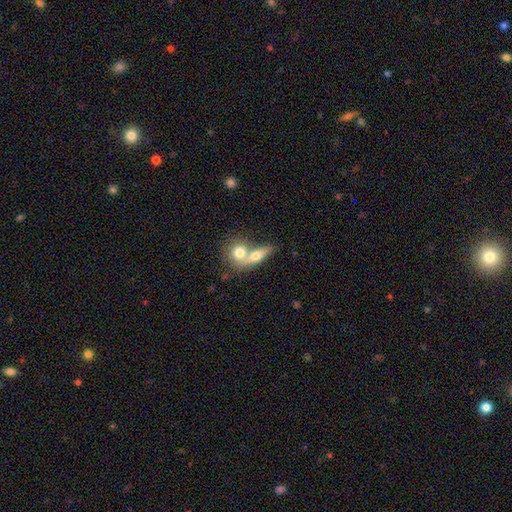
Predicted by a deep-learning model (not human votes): Smooth or featured: smooth — 60% (featured or disk — 34%)
How rounded: in between — 46% (round — 30%)
Merging: merger — 60% (none — 29%)